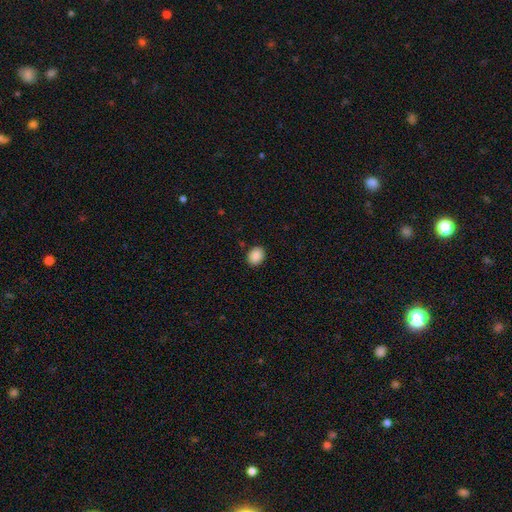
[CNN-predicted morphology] A smooth galaxy with no disk features (89%) that is round (50%).

Vote fractions:
- Smooth or featured? smooth: 89% / star or artifact: 8% / featured or disk: 3%
- How rounded? round: 50% / in between: 49% / cigar-shaped: 1%
- Merging? none: 89% / minor disturbance: 8% / major disturbance: 2% / merger: 1%